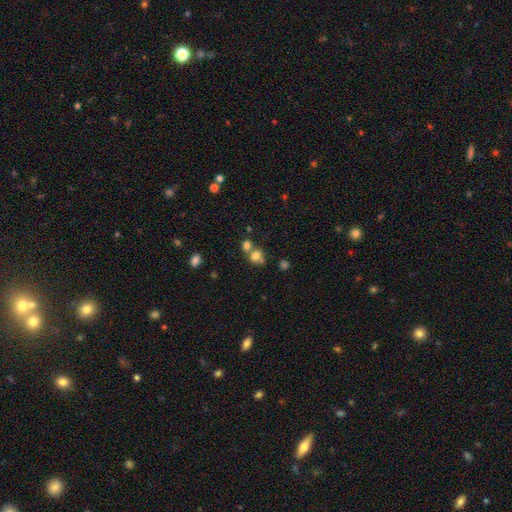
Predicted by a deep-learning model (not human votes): This is likely a smooth galaxy (75%). How rounded: likely round (75%). Merging: marginally merger (45%).